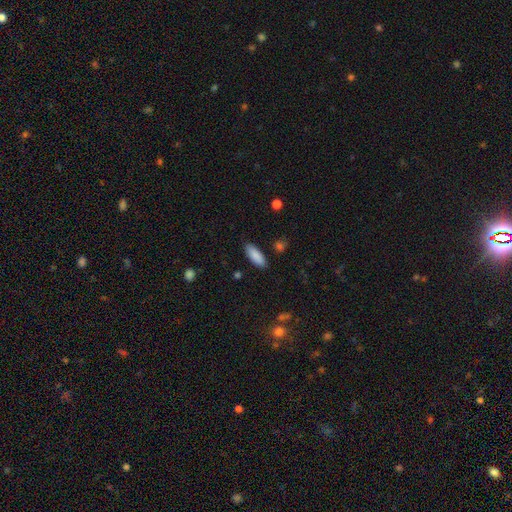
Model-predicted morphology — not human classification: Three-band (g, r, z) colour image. It shows a smooth galaxy with no disk features (89%) that is in between round and cigar-shaped (73%). Merging: none (88%).